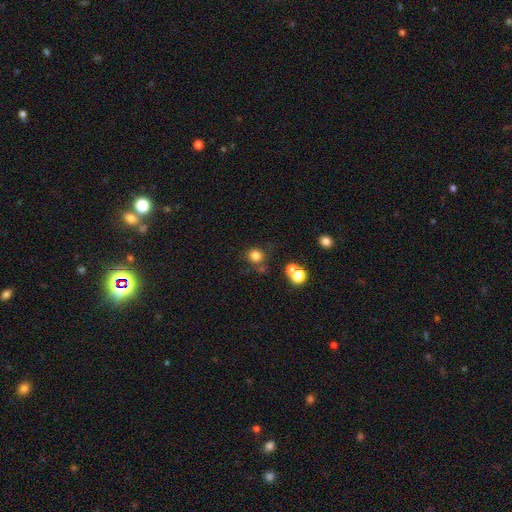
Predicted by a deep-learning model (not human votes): smooth_or_featured: smooth (p=0.79) [alt: star or artifact p=0.15]
how_rounded: round (p=0.88) [alt: in between p=0.11]
merging: none (p=0.71) [alt: minor disturbance p=0.12]